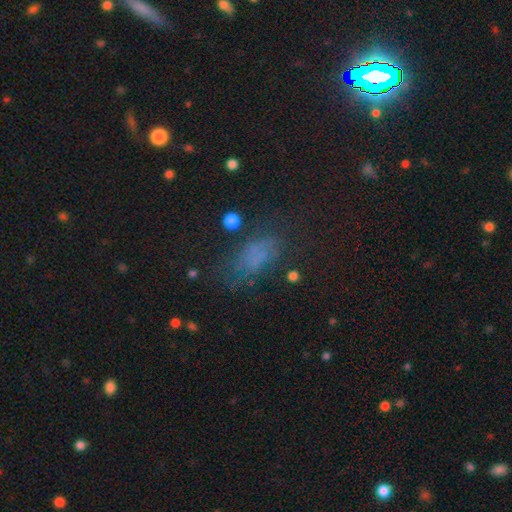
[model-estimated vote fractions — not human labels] A smooth galaxy with no disk features (58%) that is in between round and cigar-shaped (83%). Merging: none (52%).